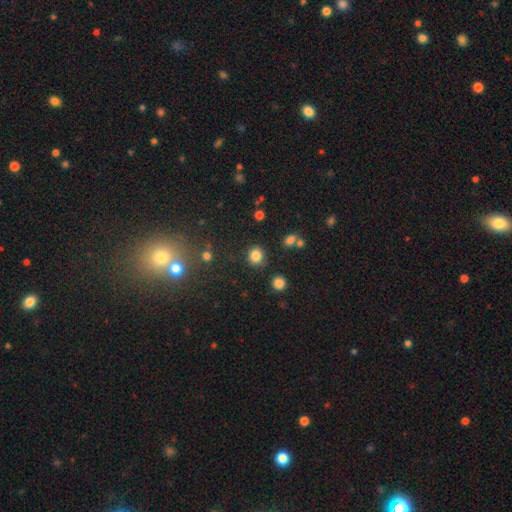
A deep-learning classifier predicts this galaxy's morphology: Smooth or featured? smooth (82%)
How rounded? round (79%)
Merging? none (81%)